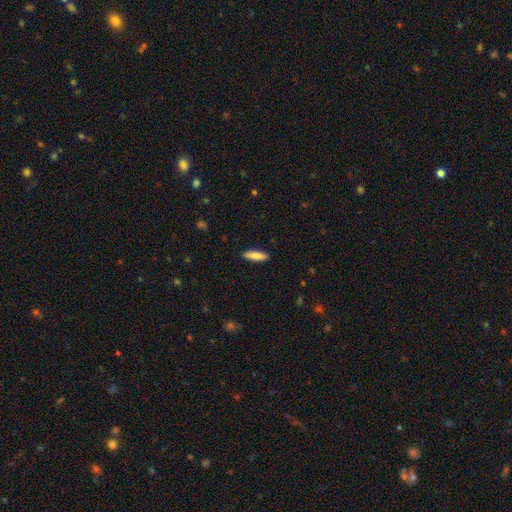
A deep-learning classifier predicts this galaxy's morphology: type=smooth (86%); roundness=cigar-shaped (61%); merging=none (90%).